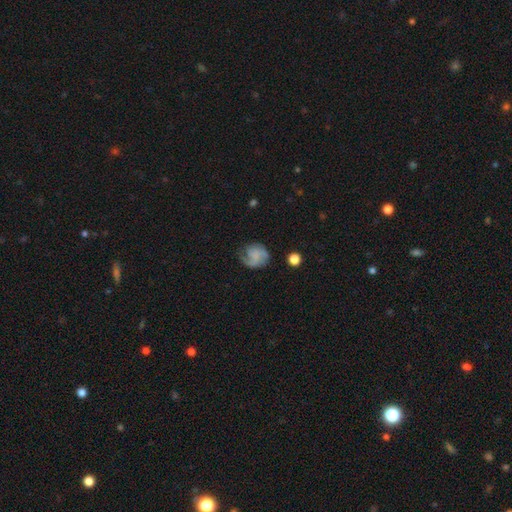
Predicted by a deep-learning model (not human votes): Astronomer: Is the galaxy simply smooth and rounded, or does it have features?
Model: featured or disk — 62%.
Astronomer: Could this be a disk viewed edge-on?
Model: no — 98%.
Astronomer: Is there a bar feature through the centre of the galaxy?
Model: no — 67%.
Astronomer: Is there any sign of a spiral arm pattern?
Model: yes — 92%.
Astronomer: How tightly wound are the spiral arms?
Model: medium — 43% (runner-up: tight, 30%).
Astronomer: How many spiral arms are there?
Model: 2 — 44% (runner-up: 1, 21%).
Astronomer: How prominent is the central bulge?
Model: none — 64%.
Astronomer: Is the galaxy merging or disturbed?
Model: none — 63%.